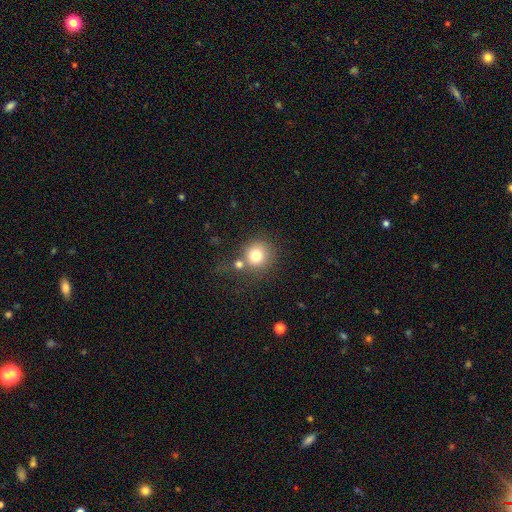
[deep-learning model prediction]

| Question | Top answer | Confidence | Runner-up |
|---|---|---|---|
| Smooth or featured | smooth | 78% | star or artifact (12%) |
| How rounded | round | 91% | in between (8%) |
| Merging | none | 61% | merger (22%) |